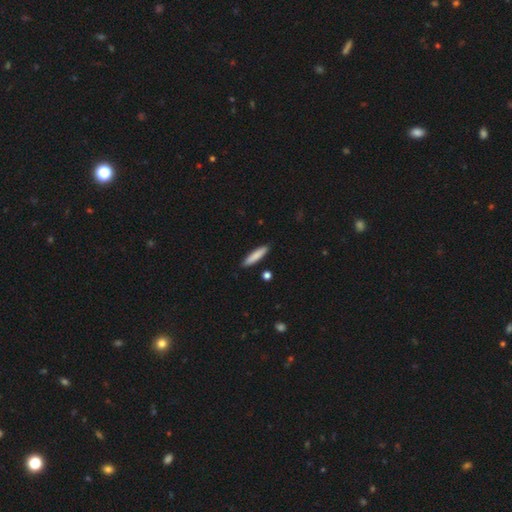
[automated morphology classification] smooth_or_featured: smooth (p=0.84) [alt: featured or disk p=0.11]
how_rounded: cigar-shaped (p=0.85) [alt: in between p=0.14]
merging: none (p=0.89) [alt: minor disturbance p=0.08]